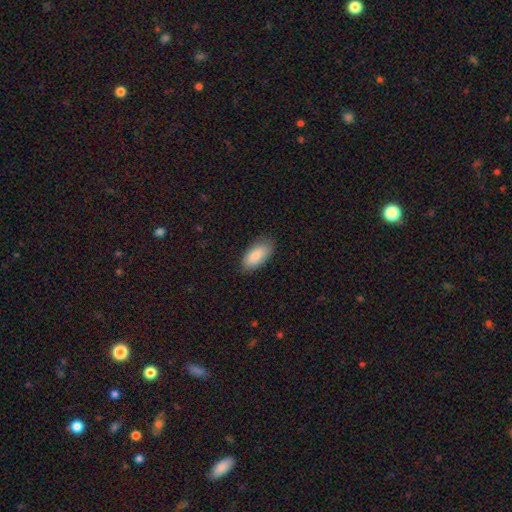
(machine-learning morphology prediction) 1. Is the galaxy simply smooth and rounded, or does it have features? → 86% smooth, 8% featured or disk, 6% star or artifact.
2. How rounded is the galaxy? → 92% in between, 6% cigar-shaped, 2% round.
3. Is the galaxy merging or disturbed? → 84% none, 13% minor disturbance, 3% major disturbance, 1% merger.